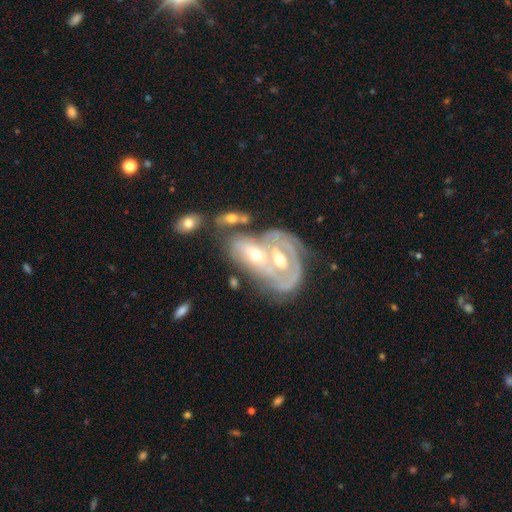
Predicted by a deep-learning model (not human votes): featured or disk 77%, smooth 16%, star or artifact 7%. Down the decision tree: edge-on disk — no (95%); bar — no (59%); spiral arms — yes (70%); spiral arm count — 2 (39%); spiral winding — tight (57%); bulge size — moderate (64%); merging — merger (61%).